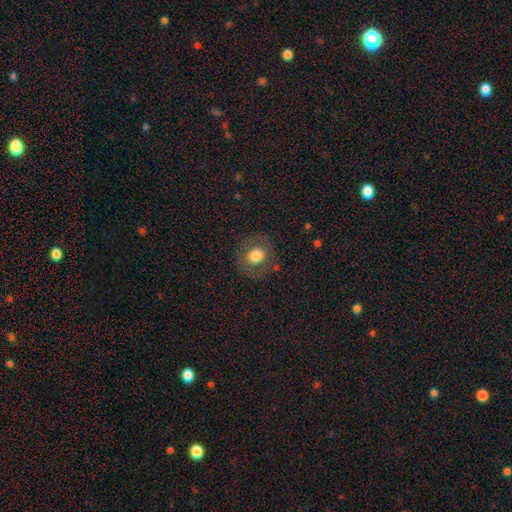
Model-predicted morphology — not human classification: smooth 71%, featured or disk 19%, star or artifact 10%. Down the decision tree: how rounded — round (83%); merging — none (82%).